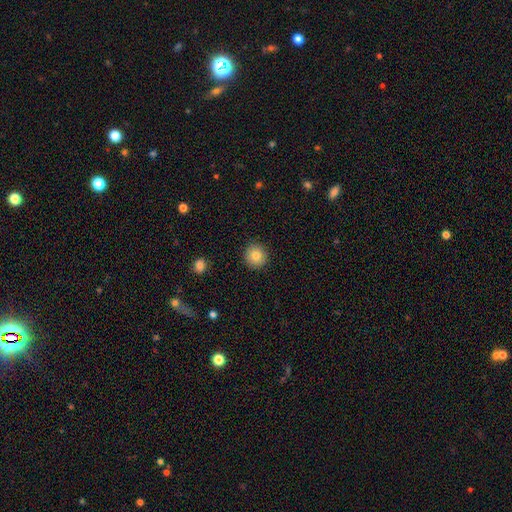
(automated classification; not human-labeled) Smooth or featured: smooth — 84% (star or artifact — 9%)
How rounded: round — 94% (in between — 5%)
Merging: none — 92% (minor disturbance — 6%)